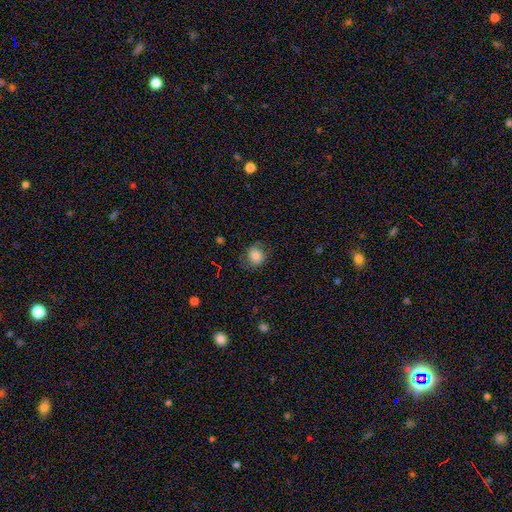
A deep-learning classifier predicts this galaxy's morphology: Smooth or featured? smooth (81%)
How rounded? round (77%)
Merging? none (73%)